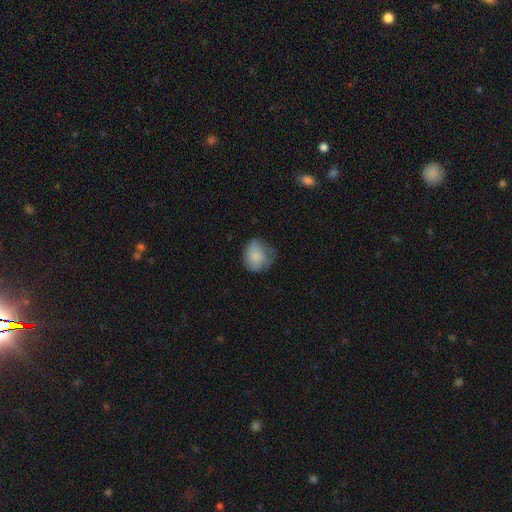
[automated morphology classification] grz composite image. It shows a smooth galaxy with no disk features (75%) that is round (74%). Merging: none (49%).